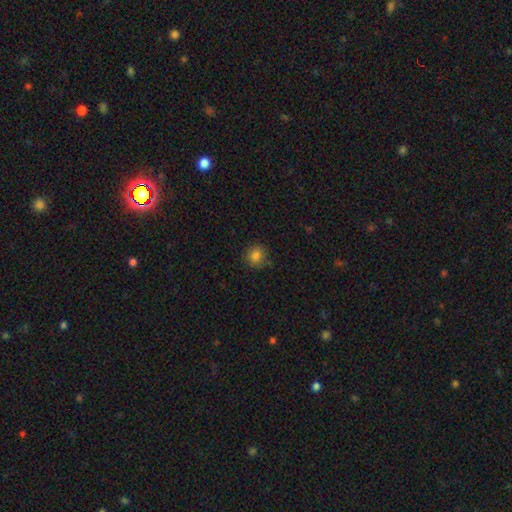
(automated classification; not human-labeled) Smooth or featured?
  - smooth: 84% *
  - star or artifact: 11%
  - featured or disk: 5%
How rounded?
  - round: 88% *
  - in between: 11%
  - cigar-shaped: 1%
Merging?
  - none: 83% *
  - minor disturbance: 13%
  - major disturbance: 3%
  - merger: 1%